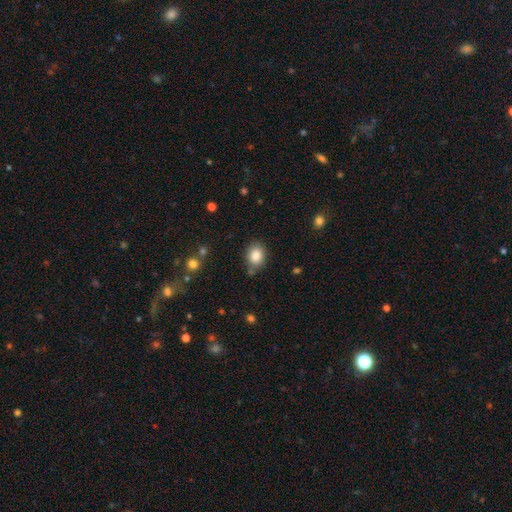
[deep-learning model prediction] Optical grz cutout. It shows a smooth galaxy with no disk features (86%) that is in between round and cigar-shaped (60%). Merging: none (73%).